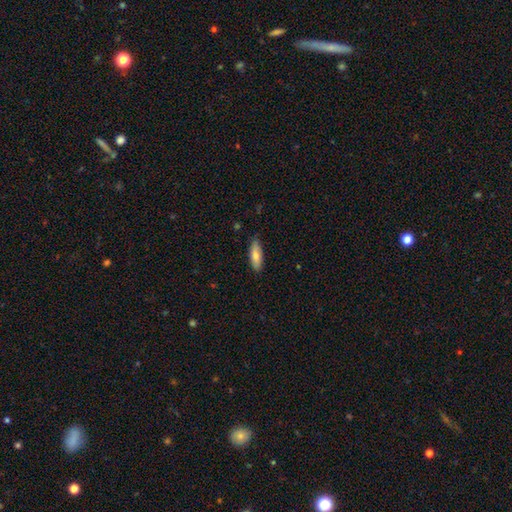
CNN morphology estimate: Smooth or featured: smooth — 77% (featured or disk — 17%)
How rounded: in between — 68% (cigar-shaped — 30%)
Merging: none — 83% (minor disturbance — 14%)